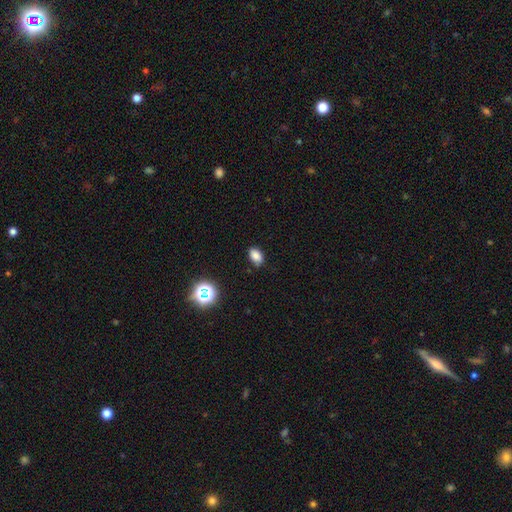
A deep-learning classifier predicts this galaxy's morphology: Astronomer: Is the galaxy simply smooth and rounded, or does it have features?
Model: smooth — 81%.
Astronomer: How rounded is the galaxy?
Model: in between — 87%.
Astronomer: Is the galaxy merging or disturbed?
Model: none — 82%.